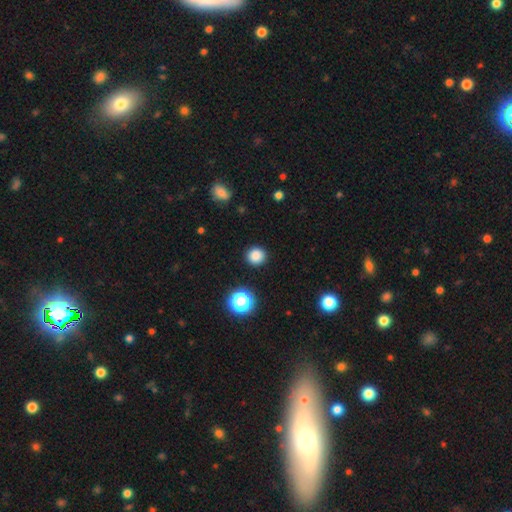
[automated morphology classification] This is clearly a smooth galaxy (83%). How rounded: clearly round (92%). Merging: clearly none (91%).